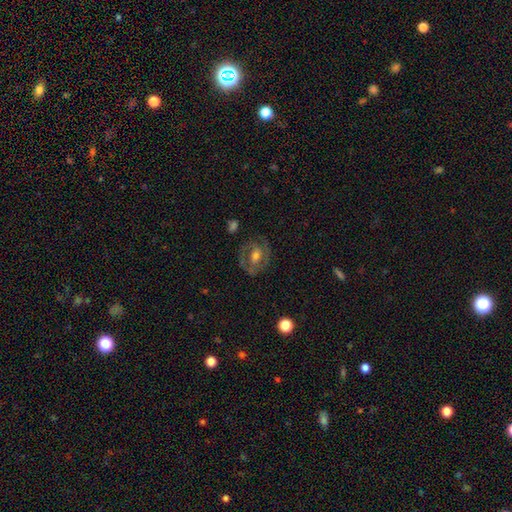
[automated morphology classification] Overall: featured or disk (72%). Edge-on disk: no (96%). Bar: no (44%; weak 37%). Spiral arms: yes (69%; no 31%). Bulge size: moderate (63%; small 28%). Merging: none (75%).